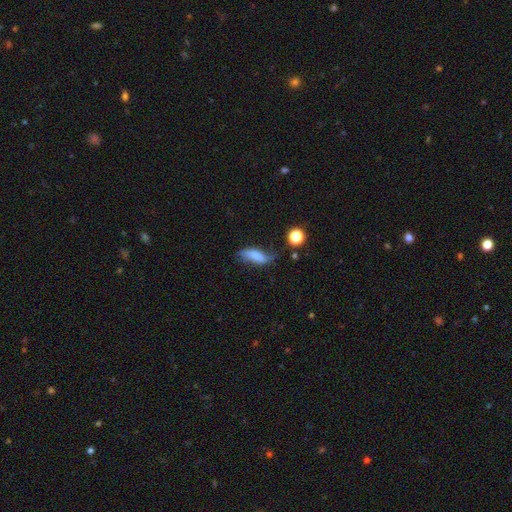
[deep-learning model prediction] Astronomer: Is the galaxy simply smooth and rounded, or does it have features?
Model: smooth — 63%.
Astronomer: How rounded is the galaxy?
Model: in between — 67%.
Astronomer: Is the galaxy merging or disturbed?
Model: none — 43% (runner-up: minor disturbance, 33%).